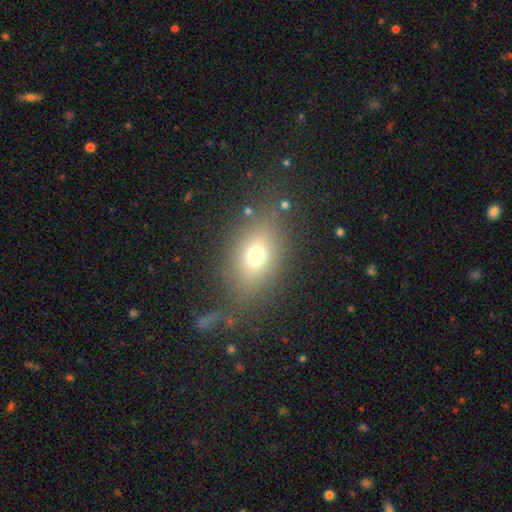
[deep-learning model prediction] Morphology: type=smooth (70%); roundness=in between (70%); merging=none (76%).